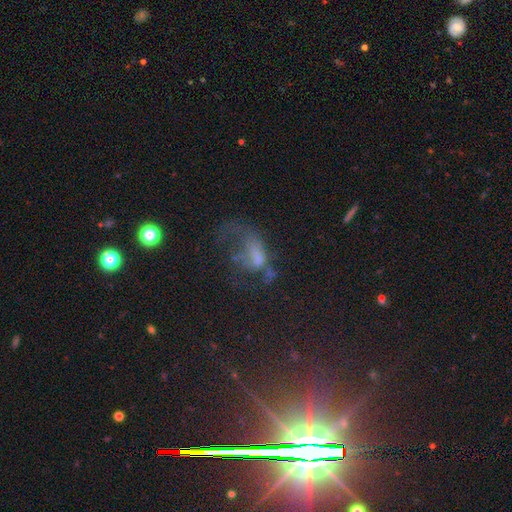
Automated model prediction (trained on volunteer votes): Smooth or featured? Predicted: featured or disk (p=0.42). Merging? Predicted: major disturbance (p=0.55).